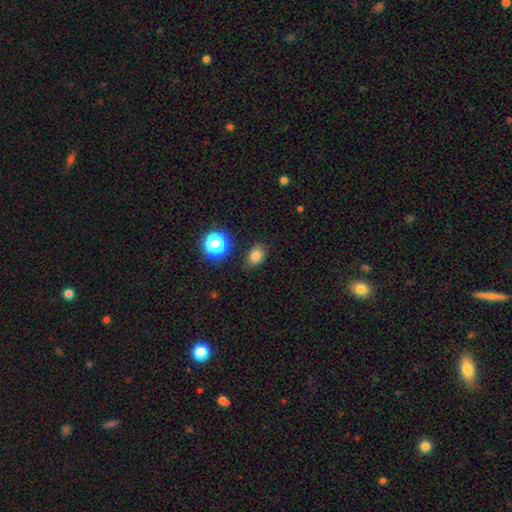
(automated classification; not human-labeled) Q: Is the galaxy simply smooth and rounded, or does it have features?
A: smooth — 79%.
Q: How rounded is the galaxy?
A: in between — 60%.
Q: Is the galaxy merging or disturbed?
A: none — 83%.